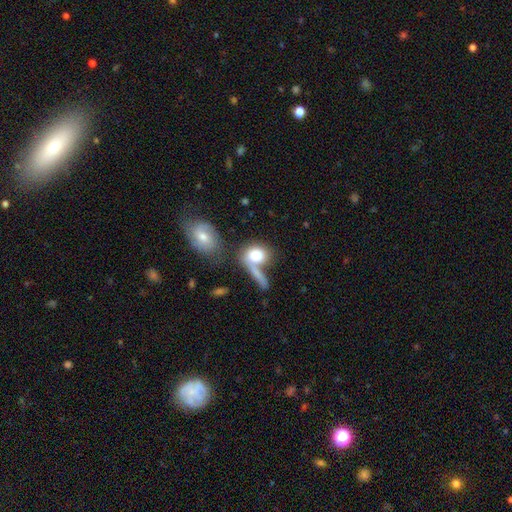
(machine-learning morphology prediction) type=smooth (77%); roundness=in between (52%); merging=merger (40%).